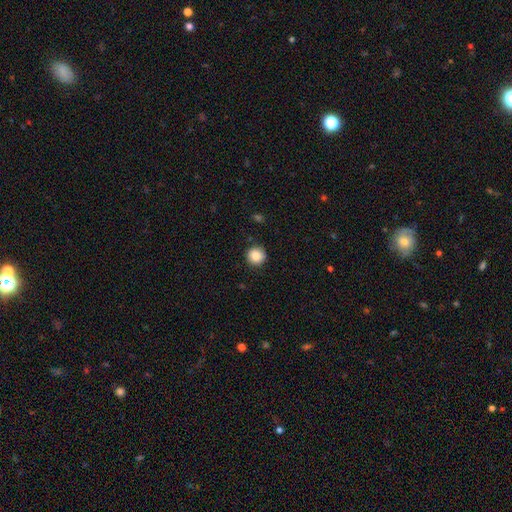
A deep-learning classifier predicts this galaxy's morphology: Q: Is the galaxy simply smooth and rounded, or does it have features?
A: smooth — 88%.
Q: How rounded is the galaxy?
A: round — 94%.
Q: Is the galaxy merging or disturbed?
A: none — 89%.